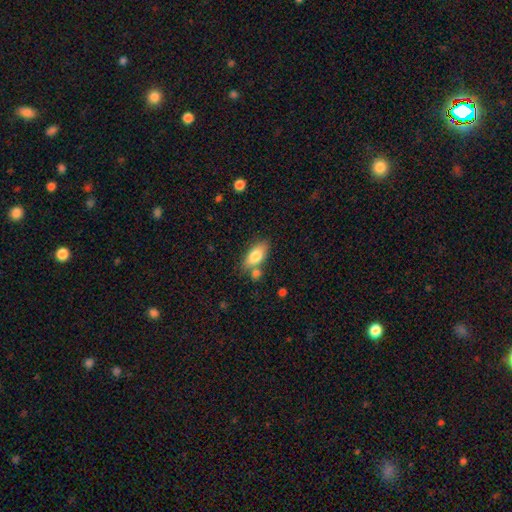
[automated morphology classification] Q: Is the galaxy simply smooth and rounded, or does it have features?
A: smooth — 80%.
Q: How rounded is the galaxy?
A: in between — 86%.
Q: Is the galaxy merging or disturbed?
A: none — 66%.